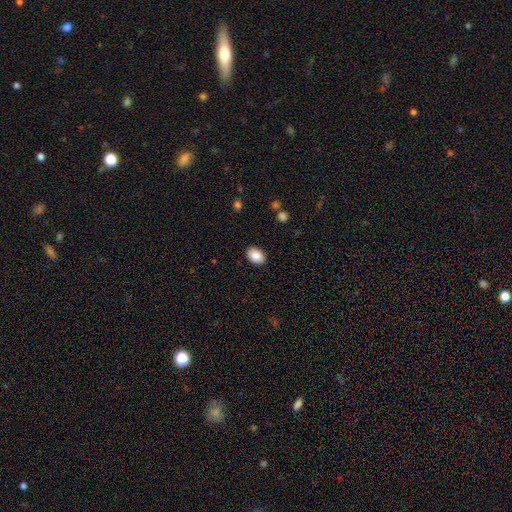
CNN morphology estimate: smooth-or-featured: smooth: 89% | star or artifact: 7% | featured or disk: 4%
  how-rounded: in between: 83% | round: 16% | cigar-shaped: 1%
  merging: none: 89% | minor disturbance: 8% | major disturbance: 2% | merger: 1%